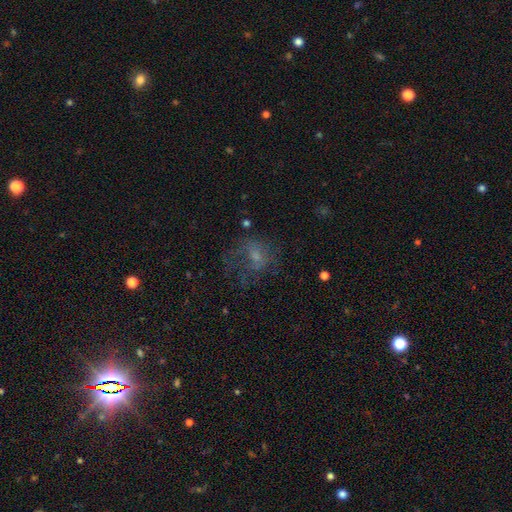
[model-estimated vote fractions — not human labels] smooth-or-featured: smooth: 44% | featured or disk: 35% | star or artifact: 21%
  merging: none: 40% | major disturbance: 38% | minor disturbance: 19% | merger: 3%